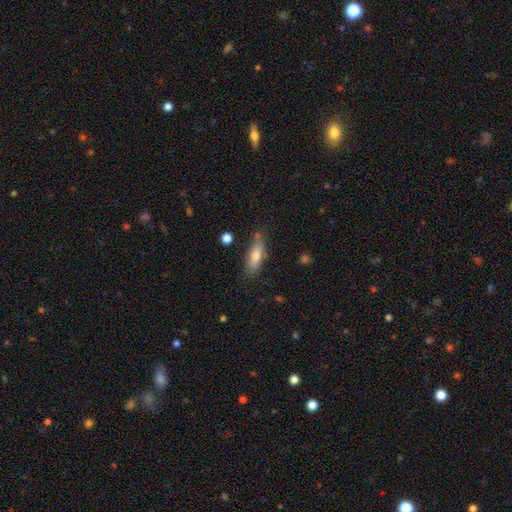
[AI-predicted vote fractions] The model was most divided on "how rounded": in between: 50%, cigar-shaped: 48%, round: 2%. More confident: merging — none (74%); smooth or featured — smooth (71%).